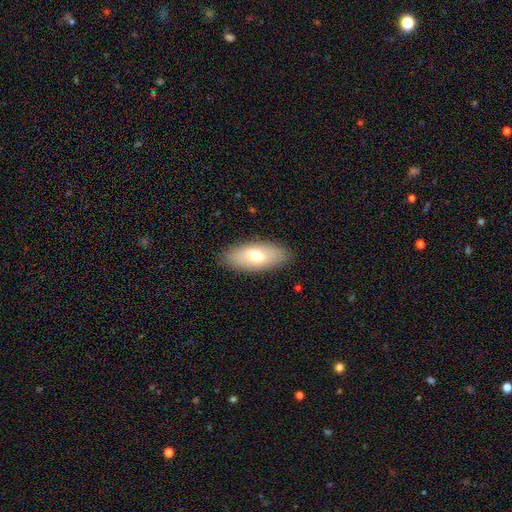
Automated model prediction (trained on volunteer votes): This appears to be a smooth galaxy with no disk features (66%) that is in between round and cigar-shaped (84%). Merging: none (88%).